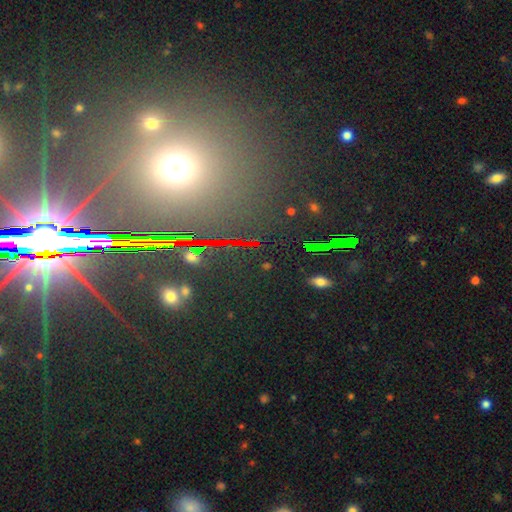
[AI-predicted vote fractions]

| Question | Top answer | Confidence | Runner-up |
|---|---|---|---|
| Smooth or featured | star or artifact | 66% | smooth (23%) |